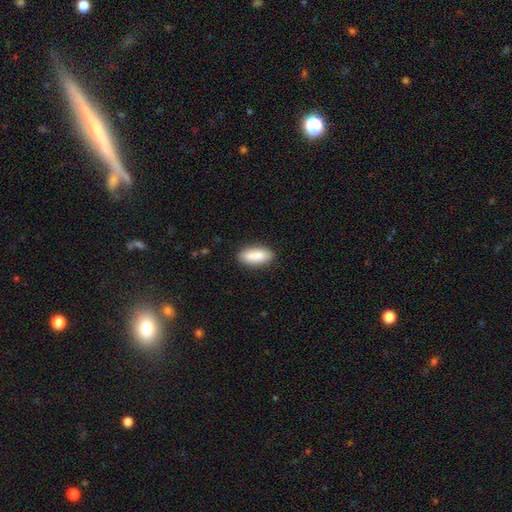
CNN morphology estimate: Q: Smooth or featured?
A: smooth (87%); runner-up: featured or disk (7%)
Q: How rounded?
A: in between (82%); runner-up: cigar-shaped (15%)
Q: Merging?
A: none (84%); runner-up: minor disturbance (12%)